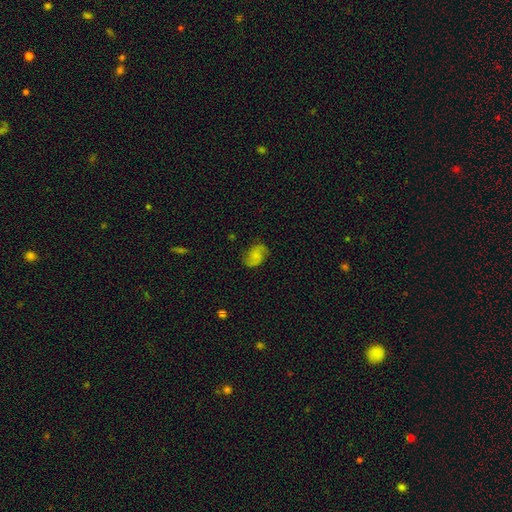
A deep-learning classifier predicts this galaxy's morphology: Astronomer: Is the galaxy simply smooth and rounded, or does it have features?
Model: featured or disk — 56% (runner-up: smooth, 35%).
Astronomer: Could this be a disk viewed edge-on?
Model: no — 97%.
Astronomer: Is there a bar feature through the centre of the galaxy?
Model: no — 63%.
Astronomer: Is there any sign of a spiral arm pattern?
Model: yes — 92%.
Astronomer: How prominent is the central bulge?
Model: small — 45% (runner-up: none, 27%).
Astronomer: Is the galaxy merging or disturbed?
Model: none — 77%.